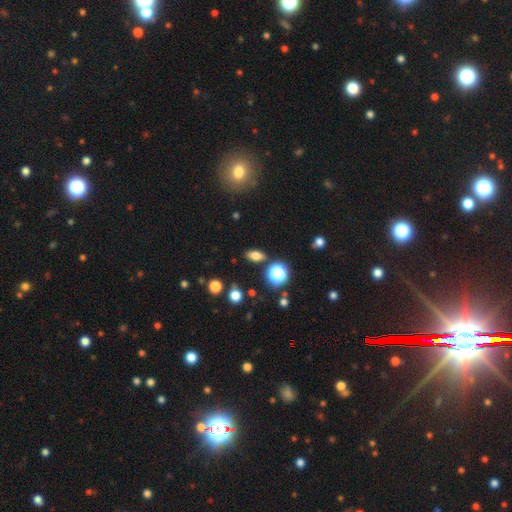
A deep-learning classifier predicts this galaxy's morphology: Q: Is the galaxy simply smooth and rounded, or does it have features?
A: smooth — 72%.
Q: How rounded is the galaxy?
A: in between — 78%.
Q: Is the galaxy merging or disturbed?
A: none — 84%.